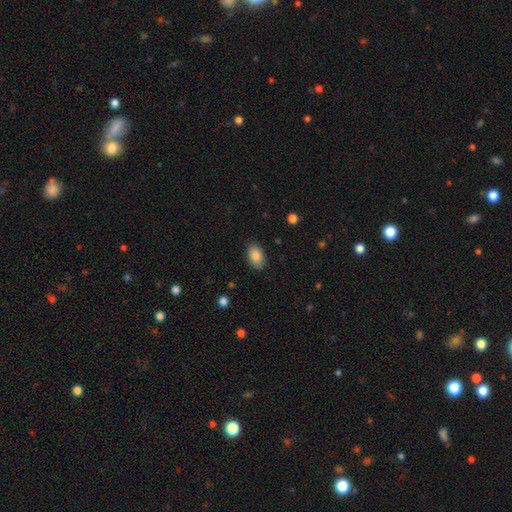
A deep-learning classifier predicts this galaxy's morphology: Overall: smooth (87%). How rounded: in between (93%). Merging: none (86%).